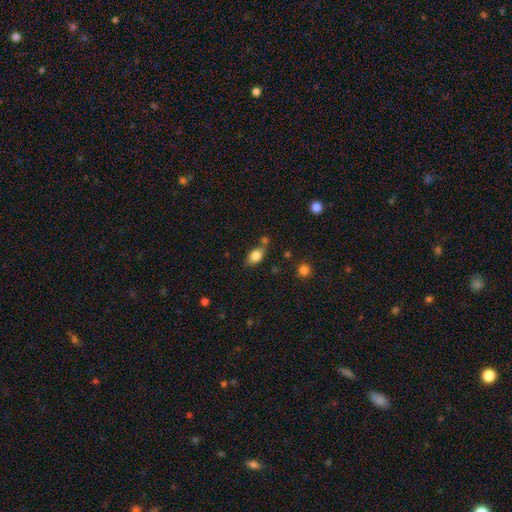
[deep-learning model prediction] Smooth or featured? Predicted: smooth (p=0.80). How rounded? Predicted: in between (p=0.84). Merging? Predicted: none (p=0.63).